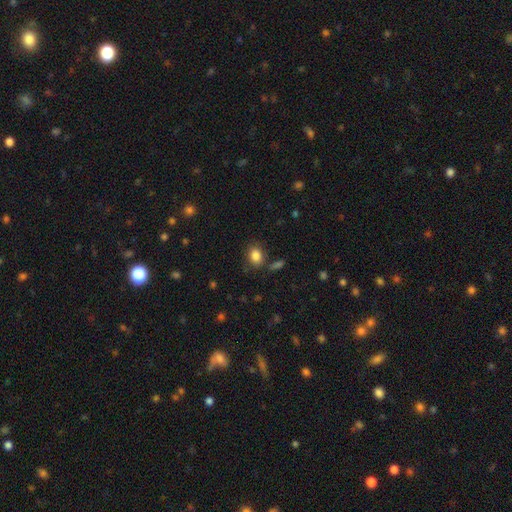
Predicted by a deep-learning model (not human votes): The model was most divided on "how rounded": in between: 59%, round: 40%, cigar-shaped: 1%. More confident: smooth or featured — smooth (85%); merging — none (77%).